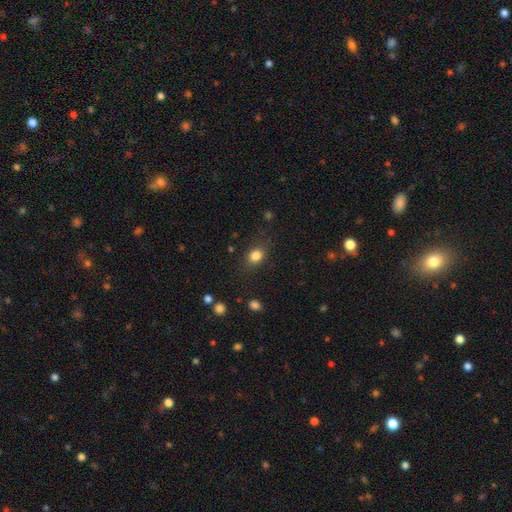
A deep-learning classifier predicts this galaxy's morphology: smooth-or-featured: smooth: 83% | star or artifact: 11% | featured or disk: 6%
  how-rounded: in between: 54% | round: 44% | cigar-shaped: 2%
  merging: none: 79% | minor disturbance: 14% | major disturbance: 5% | merger: 2%